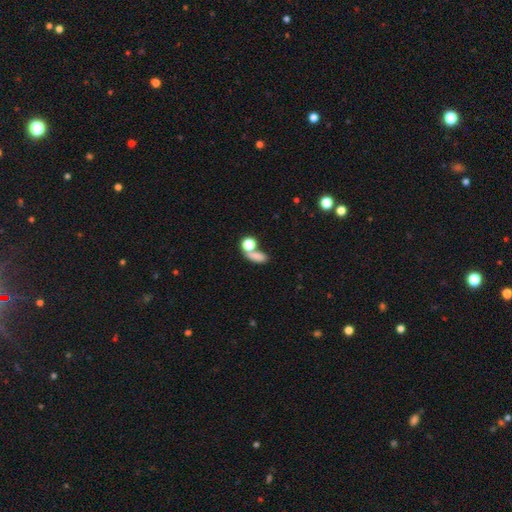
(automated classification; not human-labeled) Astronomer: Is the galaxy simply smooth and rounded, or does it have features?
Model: smooth — 75%.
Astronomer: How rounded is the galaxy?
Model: in between — 63%.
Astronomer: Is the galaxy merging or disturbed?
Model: none — 43% (runner-up: merger, 34%).